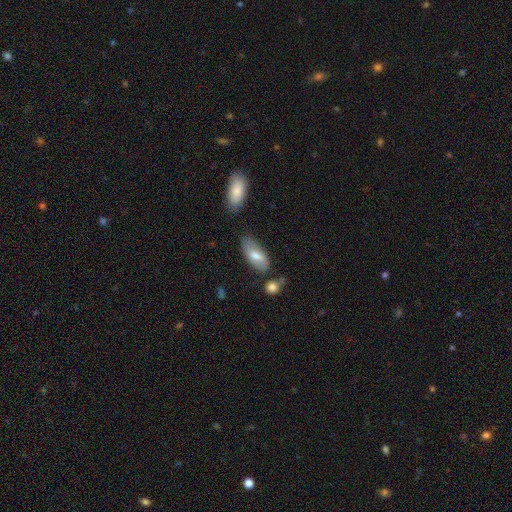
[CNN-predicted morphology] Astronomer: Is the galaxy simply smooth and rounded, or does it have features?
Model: smooth — 72%.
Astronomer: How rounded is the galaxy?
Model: in between — 85%.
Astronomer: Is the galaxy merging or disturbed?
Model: none — 63%.